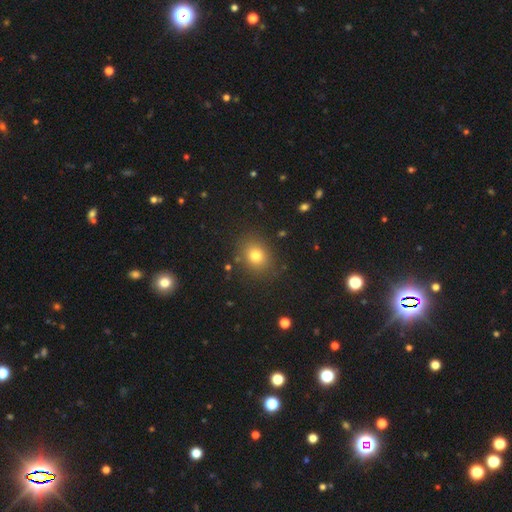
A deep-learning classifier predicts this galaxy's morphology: A smooth galaxy with no disk features (78%) that is round (62%).

Vote fractions:
- Smooth or featured? smooth: 78% / star or artifact: 13% / featured or disk: 8%
- How rounded? round: 62% / in between: 37% / cigar-shaped: 1%
- Merging? none: 85% / minor disturbance: 10% / major disturbance: 3% / merger: 2%